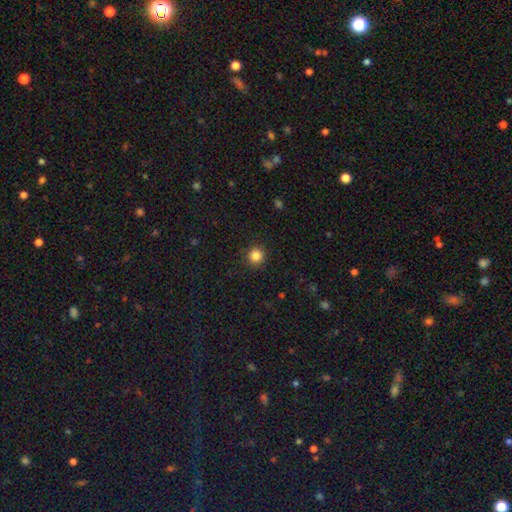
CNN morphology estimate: Smooth or featured? smooth (85%)
How rounded? round (94%)
Merging? none (91%)